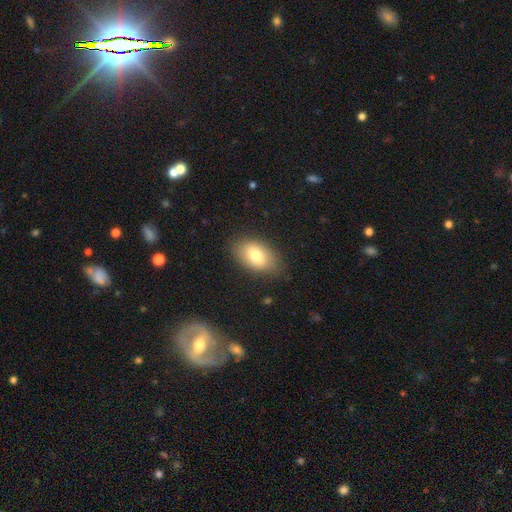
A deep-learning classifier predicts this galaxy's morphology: type=smooth (77%); roundness=in between (91%); merging=none (83%).